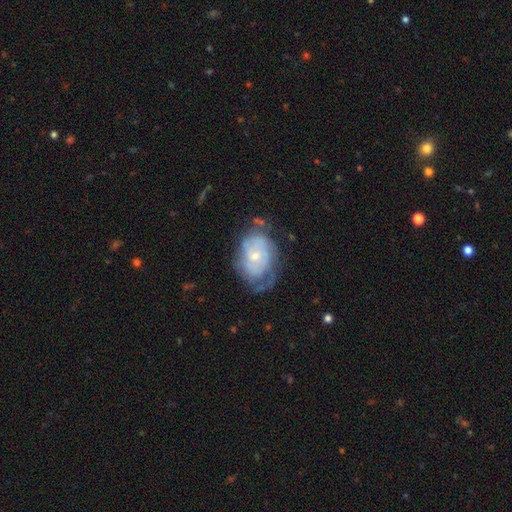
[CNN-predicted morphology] A featured or disk galaxy (67%) with no bar (75%), spiral arms (73%) and a small central bulge (58%). Merging: none (48%).